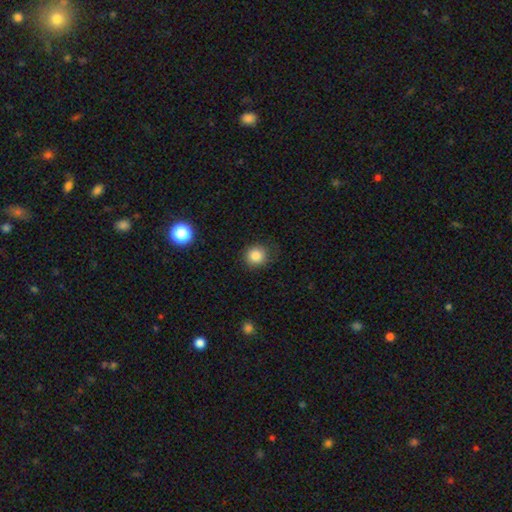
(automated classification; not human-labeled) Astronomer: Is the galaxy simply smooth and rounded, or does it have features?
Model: smooth — 84%.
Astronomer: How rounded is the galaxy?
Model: round — 89%.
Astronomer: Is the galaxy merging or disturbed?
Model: none — 82%.